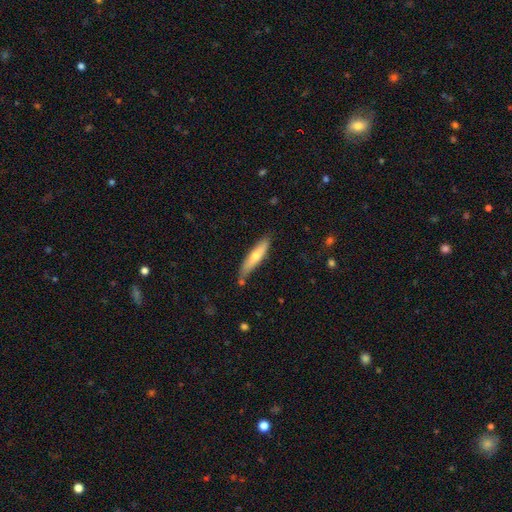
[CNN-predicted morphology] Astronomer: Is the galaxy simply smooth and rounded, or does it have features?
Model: smooth — 54% (runner-up: featured or disk, 40%).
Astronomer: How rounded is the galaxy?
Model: cigar-shaped — 83%.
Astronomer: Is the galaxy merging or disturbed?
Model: none — 80%.